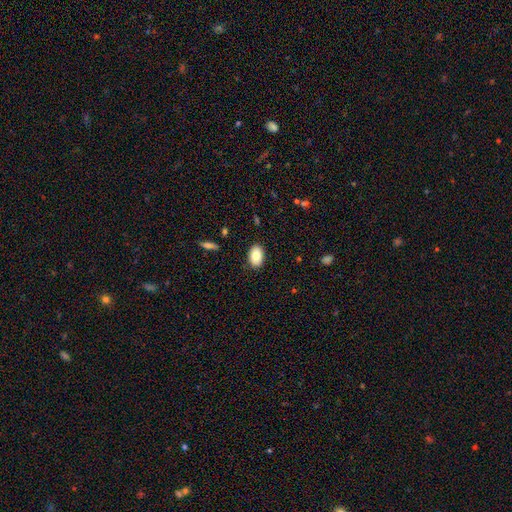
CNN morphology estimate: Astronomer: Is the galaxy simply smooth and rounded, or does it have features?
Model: smooth — 82%.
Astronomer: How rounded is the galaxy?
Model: in between — 91%.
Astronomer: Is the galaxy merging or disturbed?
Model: none — 88%.